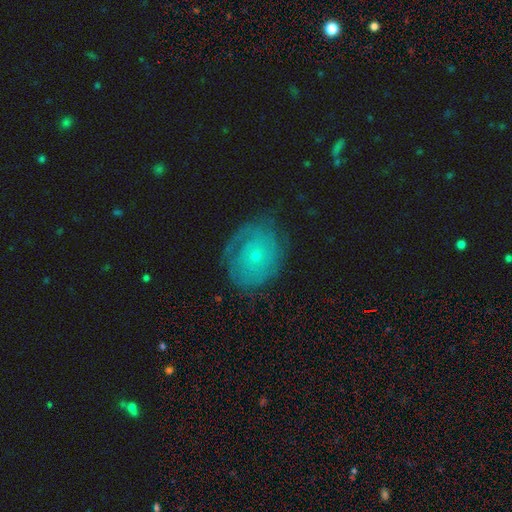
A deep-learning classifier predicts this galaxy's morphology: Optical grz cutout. It shows a featured or disk galaxy (61%) with no bar (85%), spiral arms (78%) and a small central bulge (82%). Merging: none (70%).